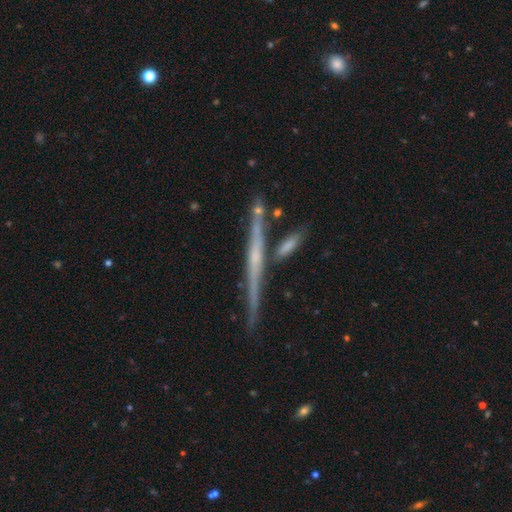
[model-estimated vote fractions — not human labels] Morphology: type=featured or disk (76%); edge-on=yes (98%); edge-on bulge=none (55%); merging=none (81%).